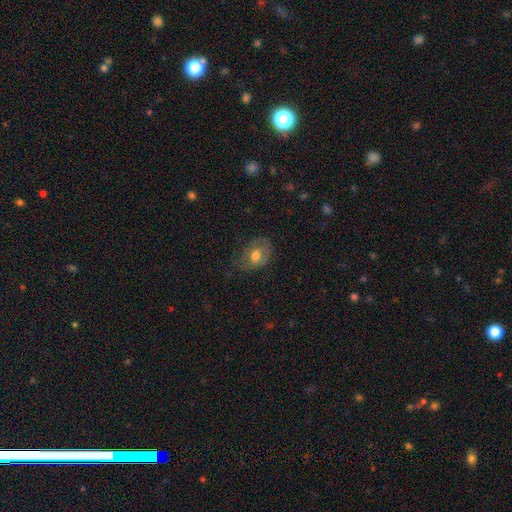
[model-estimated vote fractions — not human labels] smooth_or_featured: smooth (p=0.57) [alt: featured or disk p=0.34]
how_rounded: in between (p=0.69) [alt: round p=0.30]
merging: none (p=0.50) [alt: minor disturbance p=0.30]